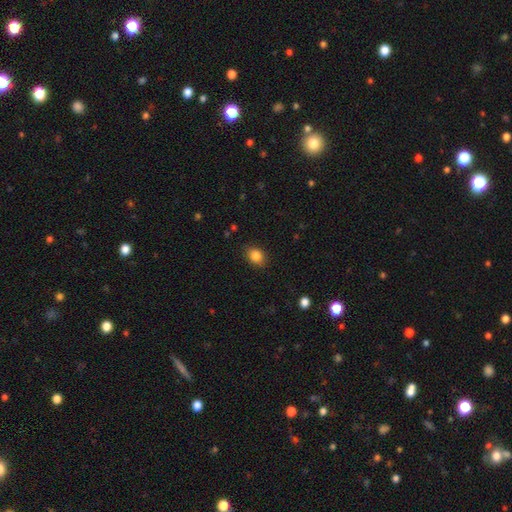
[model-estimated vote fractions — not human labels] Smooth or featured? Predicted: smooth (p=0.85). How rounded? Predicted: in between (p=0.57). Merging? Predicted: none (p=0.86).